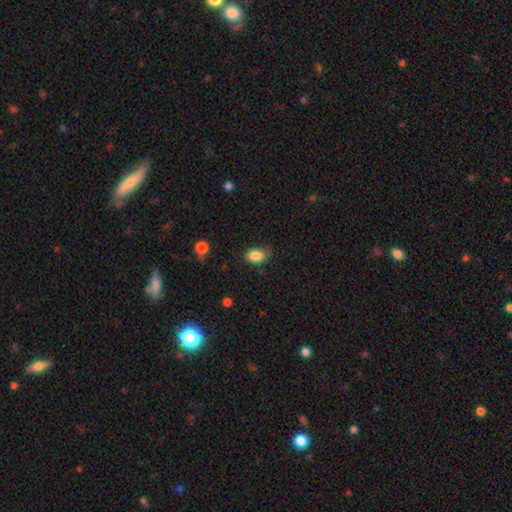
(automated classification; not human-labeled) Smooth or featured: smooth — 87% (star or artifact — 8%)
How rounded: in between — 87% (round — 11%)
Merging: none — 68% (minor disturbance — 25%)